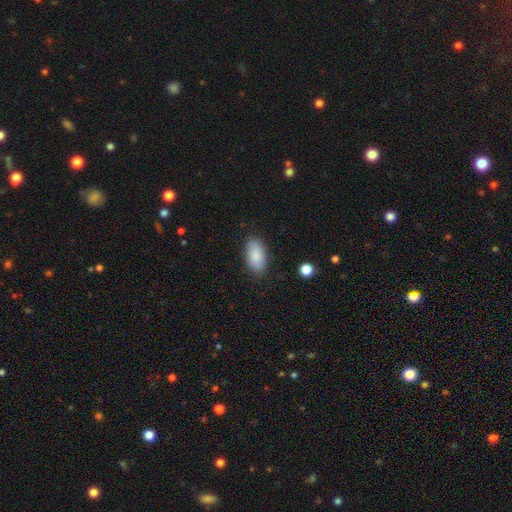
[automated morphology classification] The model was most divided on "merging": none: 85%, minor disturbance: 11%, major disturbance: 3%, merger: 1%. More confident: how rounded — in between (93%); smooth or featured — smooth (87%).